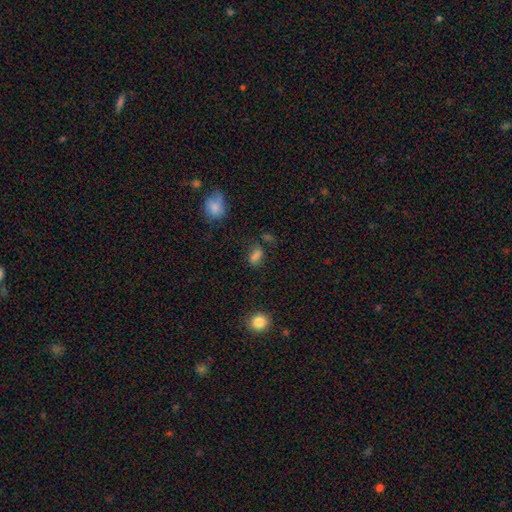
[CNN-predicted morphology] Smooth or featured? smooth (76%)
How rounded? in between (80%)
Merging? none (65%)